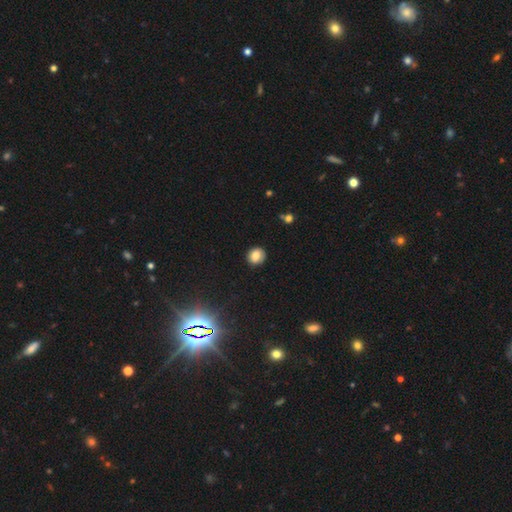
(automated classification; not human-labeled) This appears to be a smooth galaxy with no disk features (81%) that is round (76%). Merging: none (83%).